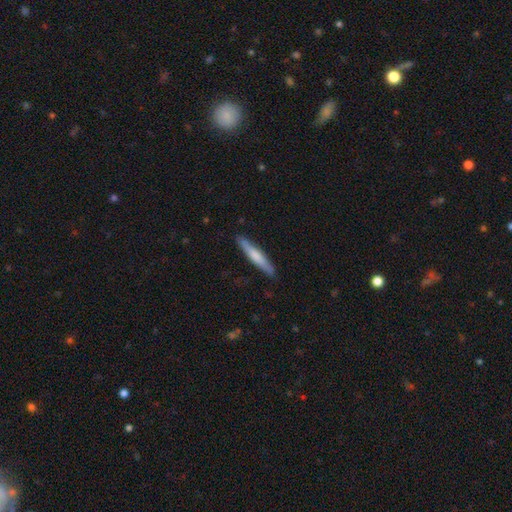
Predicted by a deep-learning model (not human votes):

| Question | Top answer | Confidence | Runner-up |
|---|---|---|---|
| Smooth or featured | smooth | 61% | featured or disk (34%) |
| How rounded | cigar-shaped | 93% | in between (6%) |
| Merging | none | 88% | minor disturbance (9%) |